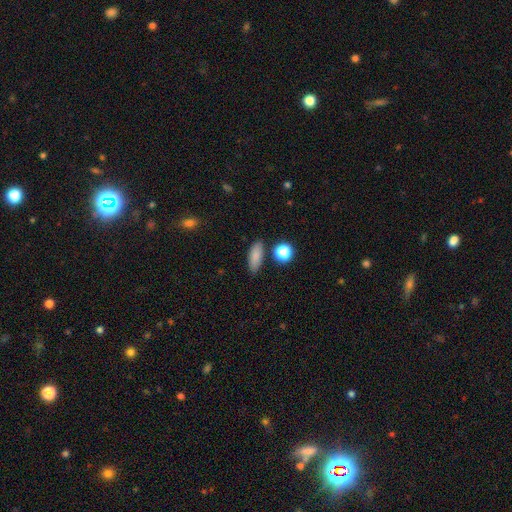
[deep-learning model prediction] smooth-or-featured: smooth: 84% | star or artifact: 9% | featured or disk: 7%
  how-rounded: in between: 70% | cigar-shaped: 23% | round: 6%
  merging: none: 81% | minor disturbance: 12% | merger: 4% | major disturbance: 3%